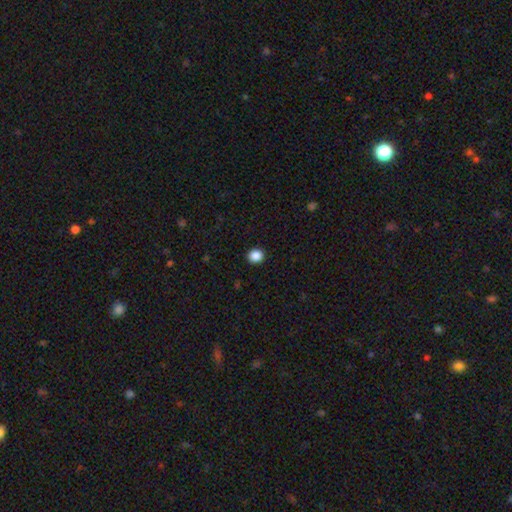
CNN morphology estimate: A smooth galaxy with no disk features (88%) that is round (84%).

Vote fractions:
- Smooth or featured? smooth: 88% / star or artifact: 10% / featured or disk: 2%
- How rounded? round: 84% / in between: 15% / cigar-shaped: 1%
- Merging? none: 93% / minor disturbance: 5% / major disturbance: 2% / merger: 1%